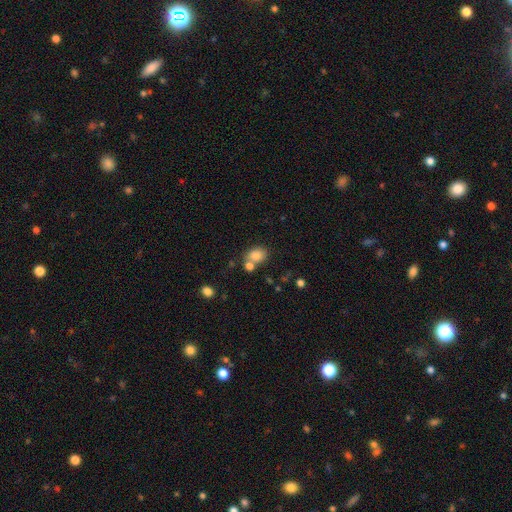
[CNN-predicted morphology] A smooth galaxy with no disk features (81%) that is in between round and cigar-shaped (57%). Merging: none (55%).